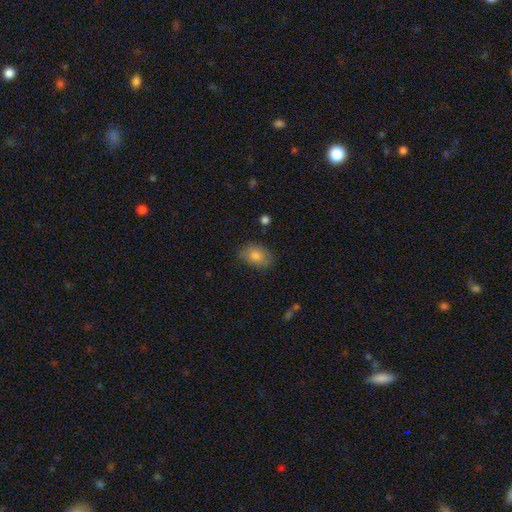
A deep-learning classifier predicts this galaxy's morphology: Smooth or featured: smooth — 80% (featured or disk — 11%)
How rounded: in between — 80% (round — 19%)
Merging: none — 75% (minor disturbance — 19%)